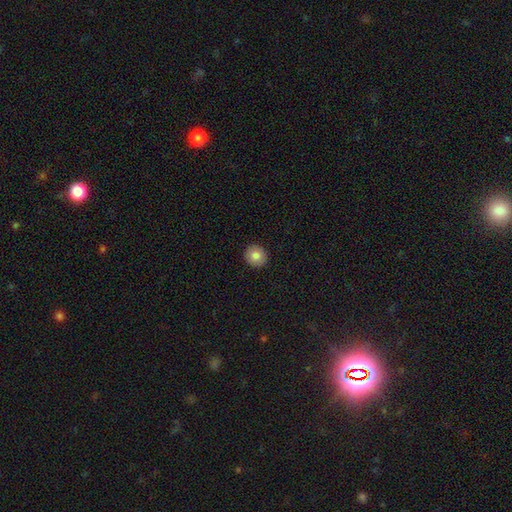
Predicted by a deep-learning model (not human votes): This appears to be a smooth galaxy with no disk features (84%) that is round (88%). Merging: none (92%).